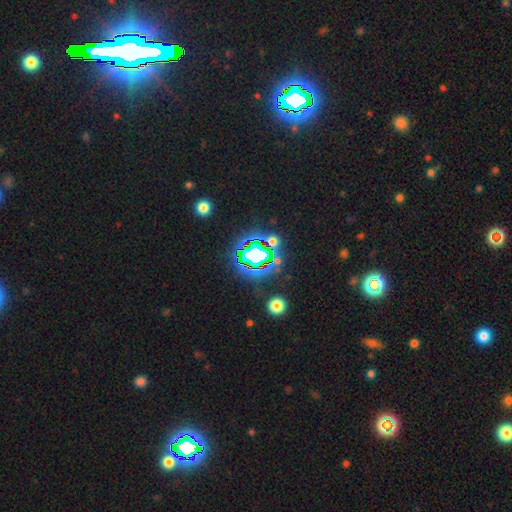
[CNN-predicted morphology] A star or artifact, not a galaxy (69%).

Vote fractions:
- Smooth or featured? star or artifact: 69% / smooth: 18% / featured or disk: 13%